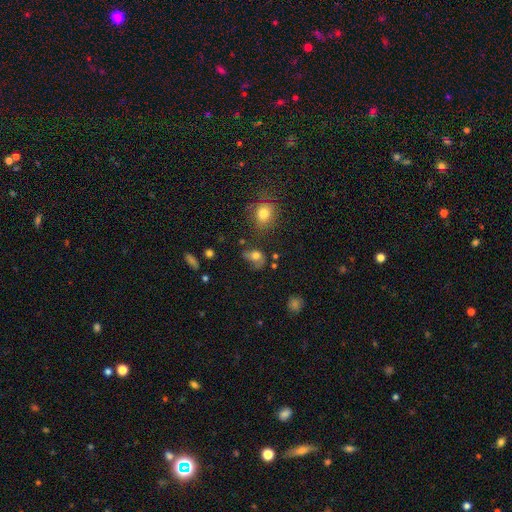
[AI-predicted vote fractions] This appears to be a smooth galaxy with no disk features (62%) that is in between round and cigar-shaped (59%). Merging: none (37%).